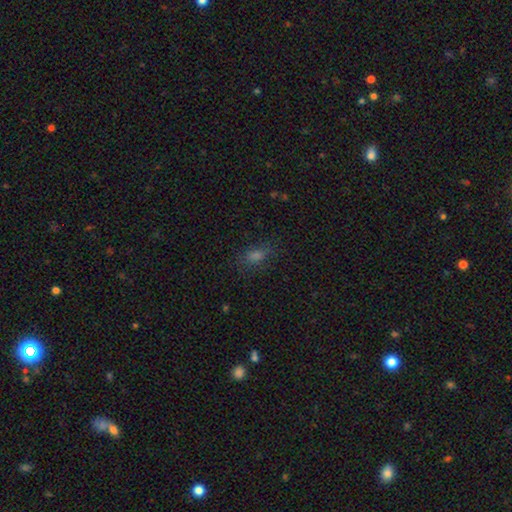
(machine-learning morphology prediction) Smooth or featured? smooth (58%)
How rounded? in between (73%)
Merging? none (78%)